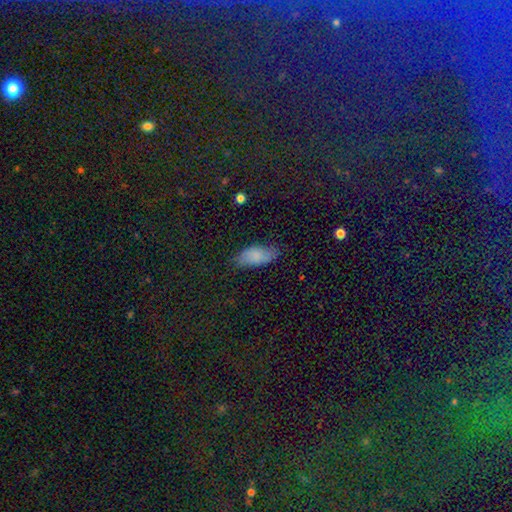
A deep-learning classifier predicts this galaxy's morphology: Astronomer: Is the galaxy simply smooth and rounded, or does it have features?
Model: smooth — 80%.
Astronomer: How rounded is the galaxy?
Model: in between — 87%.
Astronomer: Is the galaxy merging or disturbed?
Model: none — 72%.